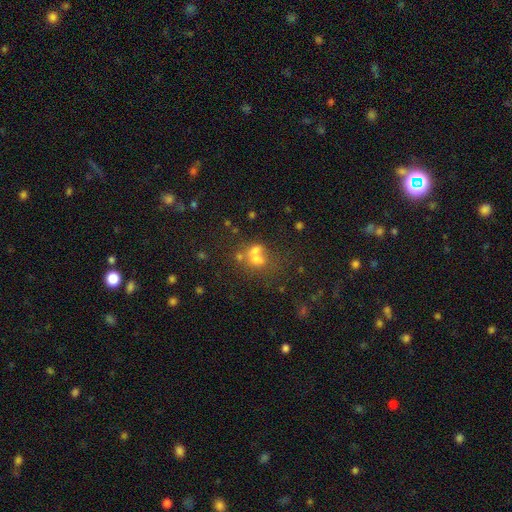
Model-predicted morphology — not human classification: Smooth or featured? smooth (56%)
How rounded? round (61%)
Merging? merger (56%)